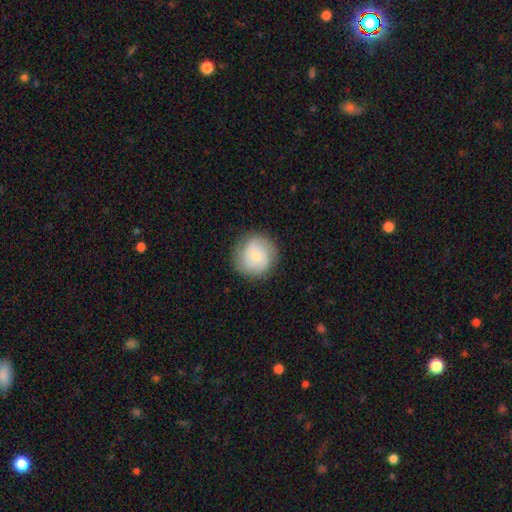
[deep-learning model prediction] Q: Smooth or featured?
A: smooth (47%); runner-up: featured or disk (46%)
Q: Merging?
A: none (83%); runner-up: minor disturbance (12%)